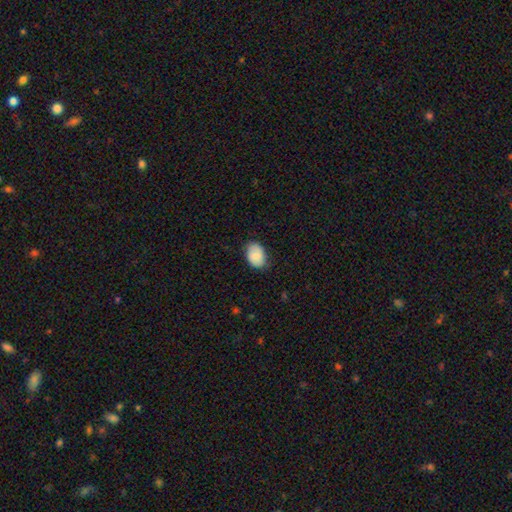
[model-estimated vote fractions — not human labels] Smooth or featured?
  - smooth: 79% *
  - featured or disk: 14%
  - star or artifact: 7%
How rounded?
  - in between: 82% *
  - round: 17%
  - cigar-shaped: 1%
Merging?
  - none: 77% *
  - minor disturbance: 19%
  - major disturbance: 3%
  - merger: 1%